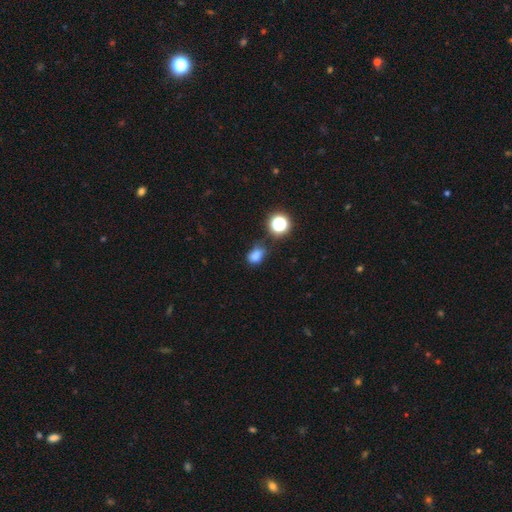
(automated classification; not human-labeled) This is likely a smooth galaxy (76%). How rounded: likely in between (62%). Merging: possibly none (53%).